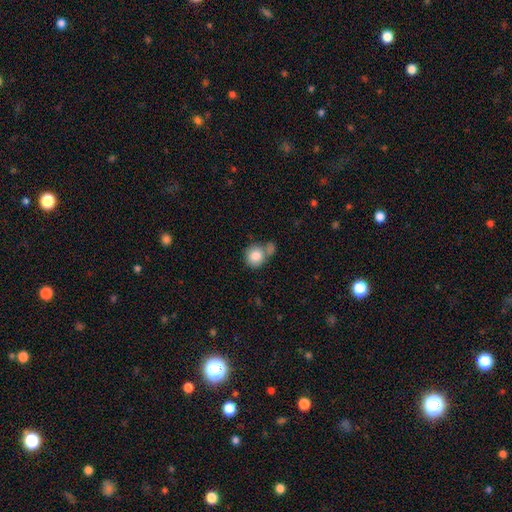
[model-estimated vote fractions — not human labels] The model was most divided on "merging": none: 49%, merger: 32%, minor disturbance: 14%, major disturbance: 5%. More confident: how rounded — round (86%); smooth or featured — smooth (83%).